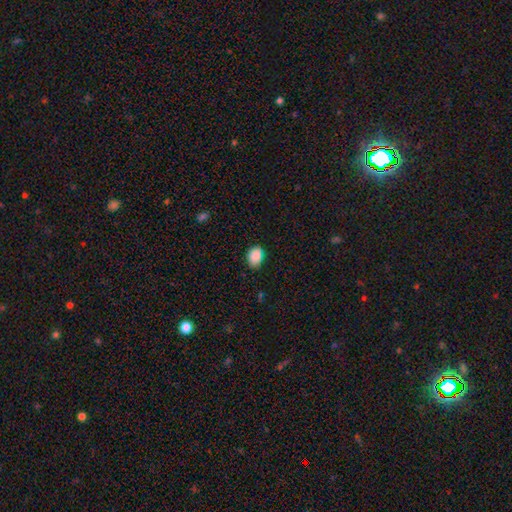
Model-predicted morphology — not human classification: smooth-or-featured: smooth: 86% | star or artifact: 10% | featured or disk: 4%
  how-rounded: in between: 73% | round: 26% | cigar-shaped: 1%
  merging: none: 78% | minor disturbance: 18% | major disturbance: 3% | merger: 2%